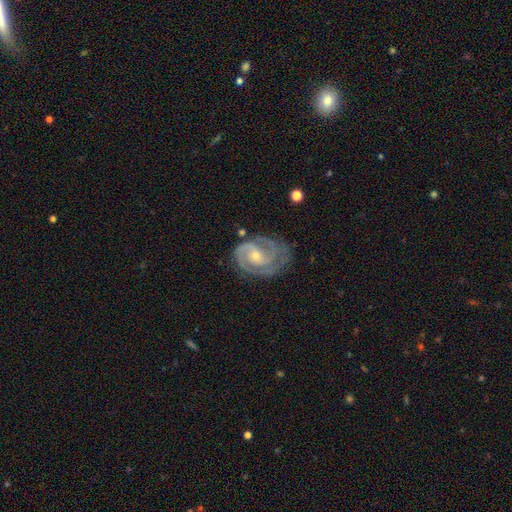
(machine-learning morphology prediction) smooth_or_featured: featured or disk (p=0.91) [alt: star or artifact p=0.05]
disk_edge_on: no (p=0.98) [alt: yes p=0.02]
bar: no (p=0.58) [alt: weak p=0.32]
has_spiral_arms: yes (p=0.98) [alt: no p=0.02]
spiral_winding: tight (p=0.64) [alt: medium p=0.31]
spiral_arm_count: 2 (p=0.59) [alt: 3 p=0.24]
bulge_size: small (p=0.65) [alt: moderate p=0.32]
merging: none (p=0.69) [alt: minor disturbance p=0.21]